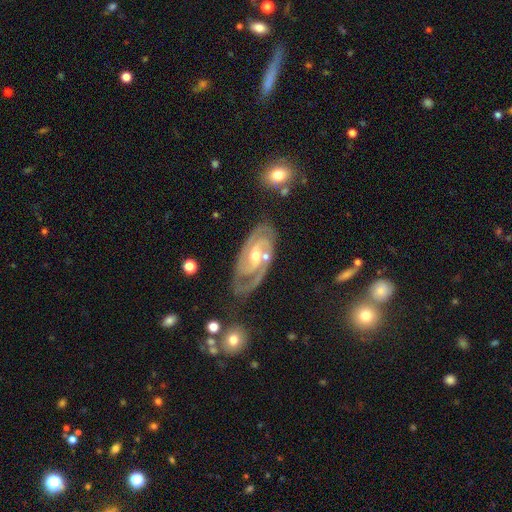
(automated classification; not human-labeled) Morphology: type=featured or disk (90%); edge-on=no (96%); bar=weak (43%); spiral arms=yes (98%); winding=tight (62%); arm count=2 (67%); bulge=moderate (52%); merging=none (74%).